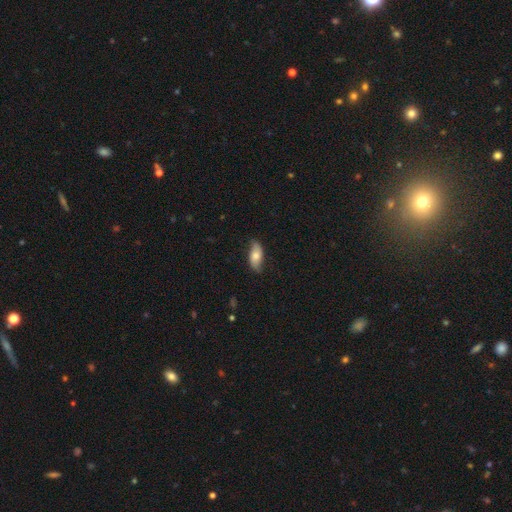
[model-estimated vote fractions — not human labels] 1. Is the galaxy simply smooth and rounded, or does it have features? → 67% smooth, 27% featured or disk, 6% star or artifact.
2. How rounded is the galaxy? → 85% in between, 12% cigar-shaped, 3% round.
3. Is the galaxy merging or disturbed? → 76% none, 20% minor disturbance, 3% major disturbance, 1% merger.